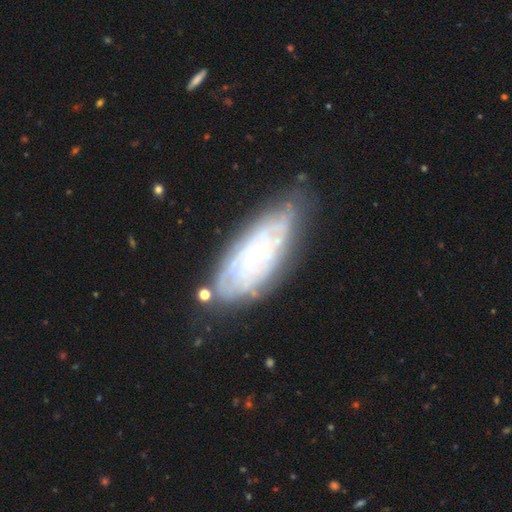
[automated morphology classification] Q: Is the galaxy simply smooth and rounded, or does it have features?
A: featured or disk — 75%.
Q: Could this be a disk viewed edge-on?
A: no — 87%.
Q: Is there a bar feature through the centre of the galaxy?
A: no — 52%.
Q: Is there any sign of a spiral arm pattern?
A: yes — 86%.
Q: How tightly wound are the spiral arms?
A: tight — 75%.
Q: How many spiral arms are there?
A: can't tell — 60%.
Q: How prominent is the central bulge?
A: small — 69%.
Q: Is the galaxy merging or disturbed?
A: none — 68%.